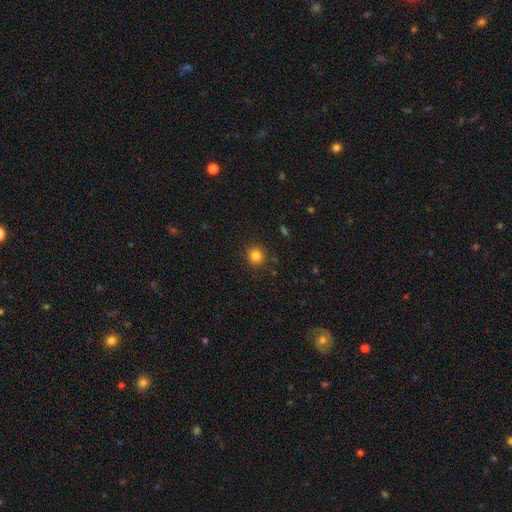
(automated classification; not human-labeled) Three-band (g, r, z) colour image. It shows a smooth galaxy with no disk features (82%) that is round (92%). Merging: none (89%).